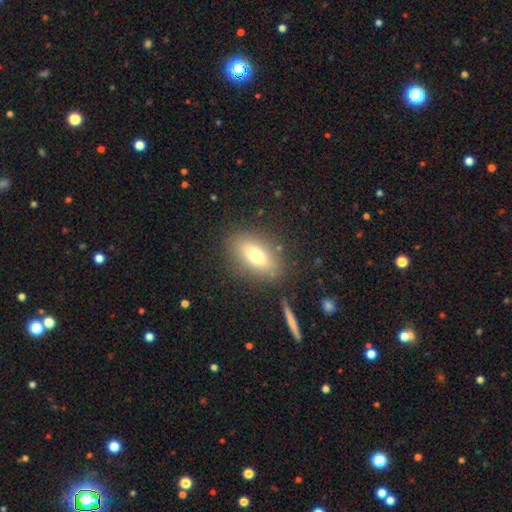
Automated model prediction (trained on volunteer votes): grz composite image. It shows a smooth galaxy with no disk features (69%) that is in between round and cigar-shaped (80%). Merging: none (83%).